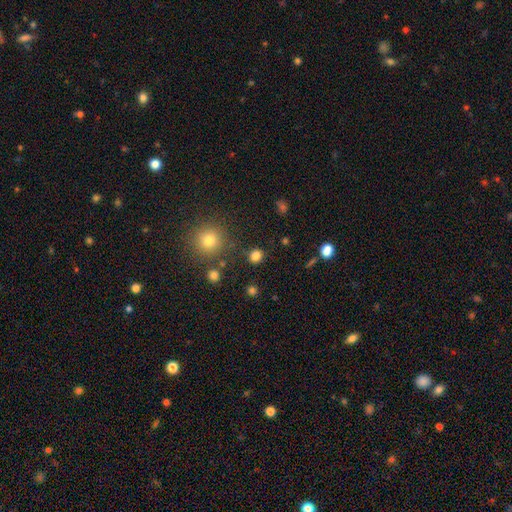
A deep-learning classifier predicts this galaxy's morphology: Q: Smooth or featured?
A: smooth (80%); runner-up: star or artifact (15%)
Q: How rounded?
A: round (79%); runner-up: in between (20%)
Q: Merging?
A: none (85%); runner-up: minor disturbance (8%)